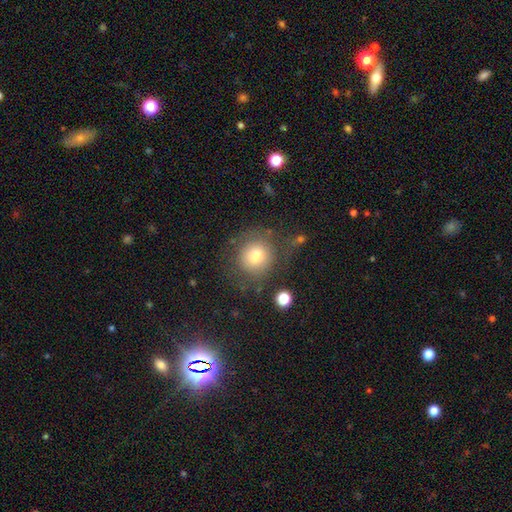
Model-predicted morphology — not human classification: Q: Smooth or featured?
A: smooth (74%); runner-up: featured or disk (15%)
Q: How rounded?
A: round (87%); runner-up: in between (12%)
Q: Merging?
A: none (68%); runner-up: minor disturbance (16%)